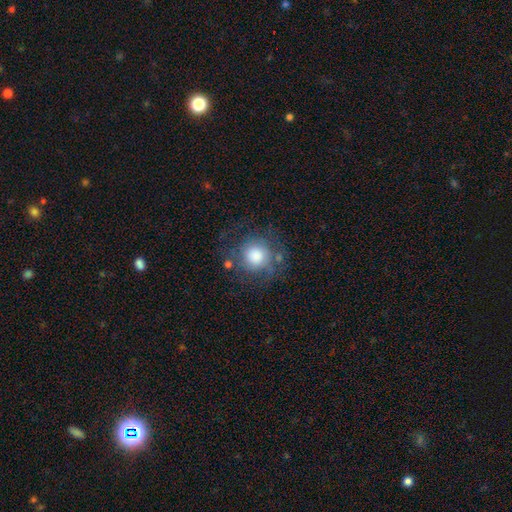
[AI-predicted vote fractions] Overall: smooth (65%; featured or disk 25%). How rounded: round (91%). Merging: none (64%).